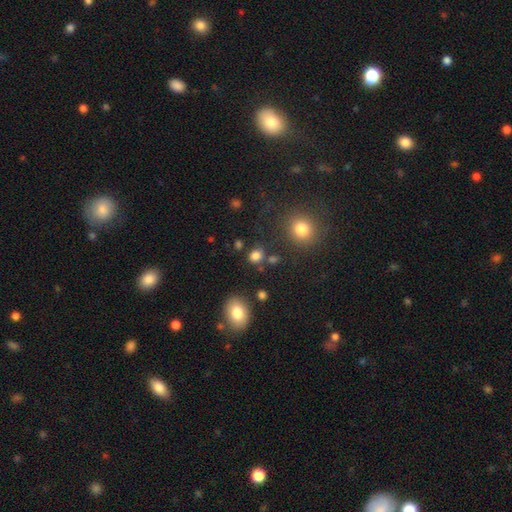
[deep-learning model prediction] A smooth galaxy with no disk features (81%) that is round (61%). Merging: none (75%).